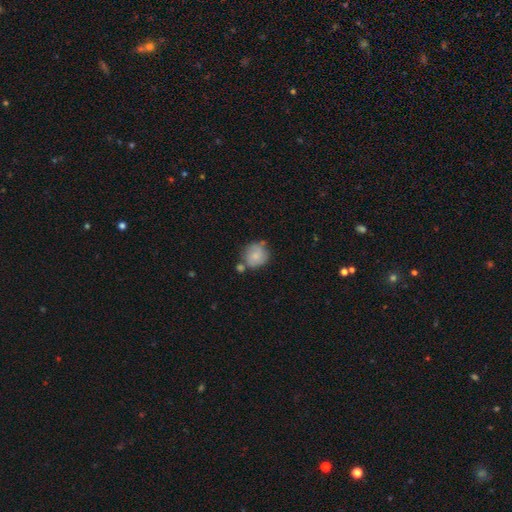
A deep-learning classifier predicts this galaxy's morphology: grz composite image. It shows a smooth galaxy with no disk features (65%) that is round (80%). Merging: none (52%).